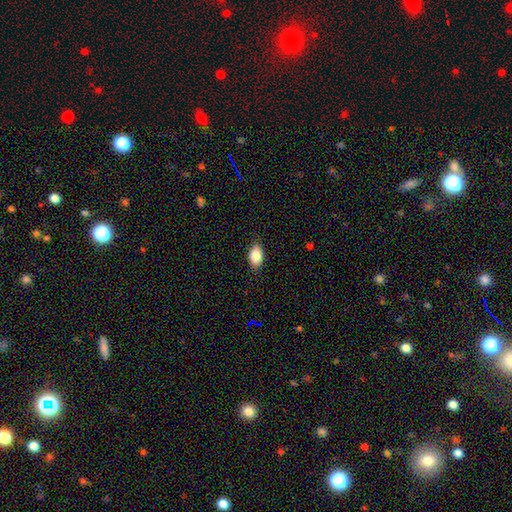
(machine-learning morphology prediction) Smooth or featured? Predicted: smooth (p=0.86). How rounded? Predicted: in between (p=0.90). Merging? Predicted: none (p=0.87).